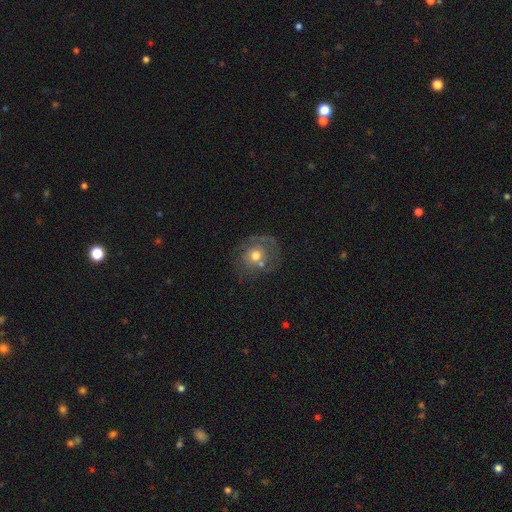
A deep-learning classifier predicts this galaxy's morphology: featured or disk 47%, smooth 43%, star or artifact 10%. Down the decision tree: merging — none (53%).